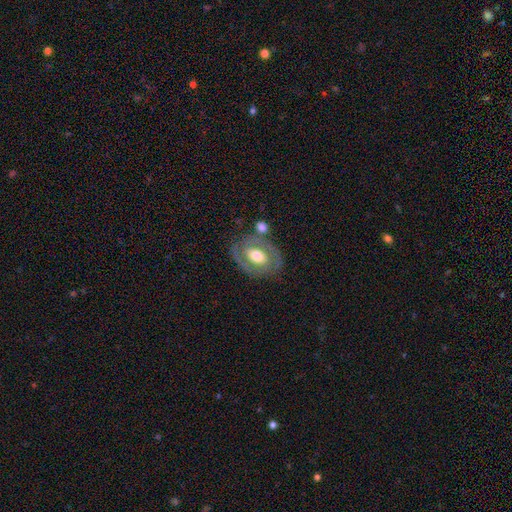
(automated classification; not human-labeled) featured or disk 72%, smooth 22%, star or artifact 6%. Down the decision tree: edge-on disk — no (95%); bar — no (47%); spiral arms — yes (69%); bulge size — moderate (63%); merging — none (70%).